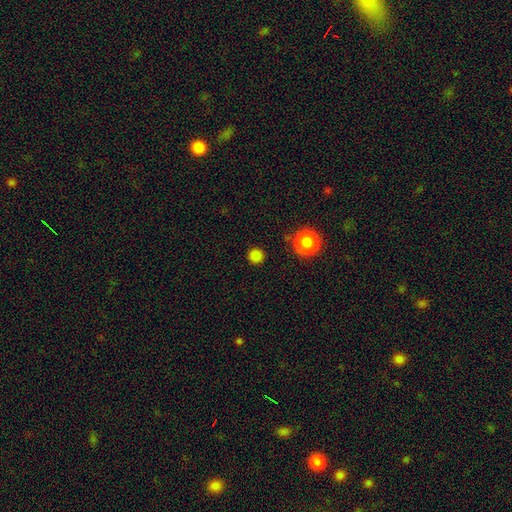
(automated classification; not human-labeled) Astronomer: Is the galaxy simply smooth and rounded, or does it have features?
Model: smooth — 82%.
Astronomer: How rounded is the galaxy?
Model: round — 95%.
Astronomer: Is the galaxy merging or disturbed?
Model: none — 90%.